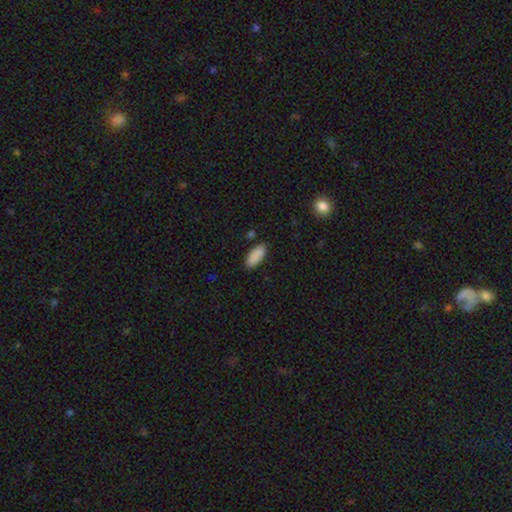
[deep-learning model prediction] smooth_or_featured: smooth (p=0.89) [alt: star or artifact p=0.07]
how_rounded: in between (p=0.86) [alt: cigar-shaped p=0.12]
merging: none (p=0.85) [alt: minor disturbance p=0.11]